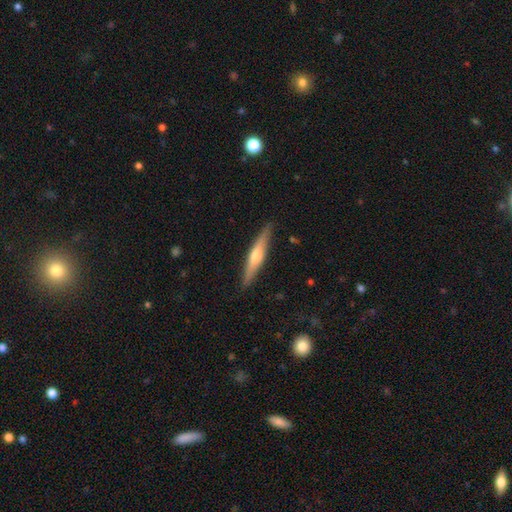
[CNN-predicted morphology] Q: Smooth or featured?
A: featured or disk (62%); runner-up: smooth (33%)
Q: Edge-on disk?
A: yes (97%); runner-up: no (3%)
Q: Edge-on bulge?
A: rounded (86%); runner-up: none (8%)
Q: Merging?
A: none (90%); runner-up: minor disturbance (8%)